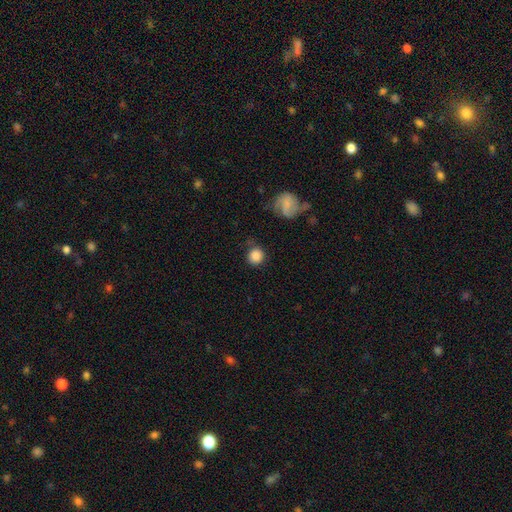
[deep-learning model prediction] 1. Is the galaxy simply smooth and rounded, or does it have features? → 86% smooth, 8% star or artifact, 6% featured or disk.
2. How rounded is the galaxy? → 91% round, 8% in between, 1% cigar-shaped.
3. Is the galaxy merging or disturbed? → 76% none, 14% minor disturbance, 6% major disturbance, 4% merger.